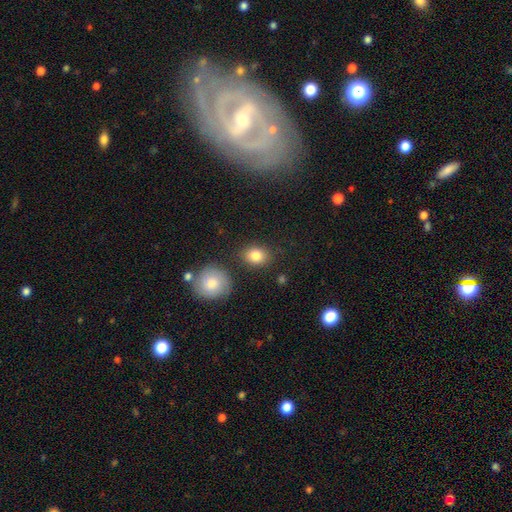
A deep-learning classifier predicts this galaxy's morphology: smooth 84%, star or artifact 8%, featured or disk 8%. Down the decision tree: how rounded — in between (57%); merging — none (81%).